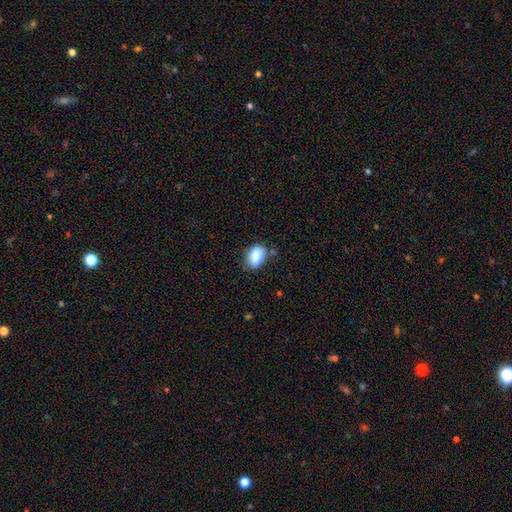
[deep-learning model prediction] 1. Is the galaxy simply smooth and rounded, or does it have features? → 85% smooth, 8% star or artifact, 7% featured or disk.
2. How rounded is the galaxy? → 84% in between, 14% round, 2% cigar-shaped.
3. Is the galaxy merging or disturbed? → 72% none, 21% minor disturbance, 4% major disturbance, 3% merger.